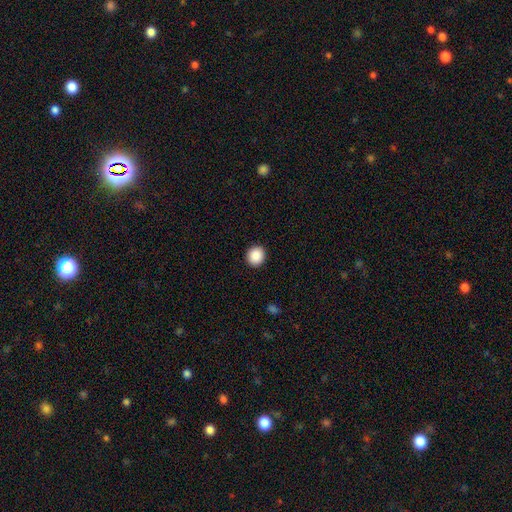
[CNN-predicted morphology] Smooth or featured? Predicted: smooth (p=0.89). How rounded? Predicted: round (p=0.86). Merging? Predicted: none (p=0.92).